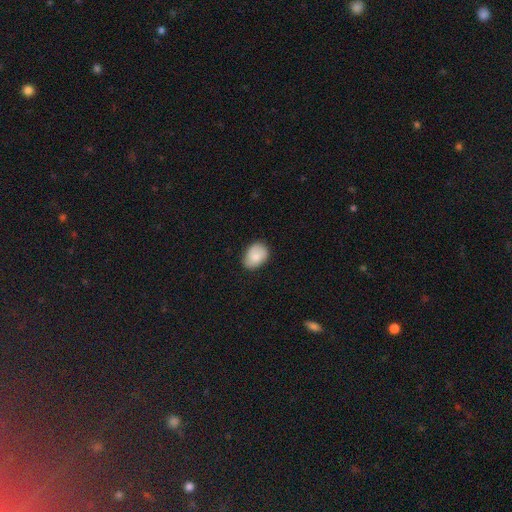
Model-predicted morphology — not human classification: Smooth or featured: smooth — 82% (featured or disk — 11%)
How rounded: in between — 74% (round — 25%)
Merging: none — 80% (minor disturbance — 16%)